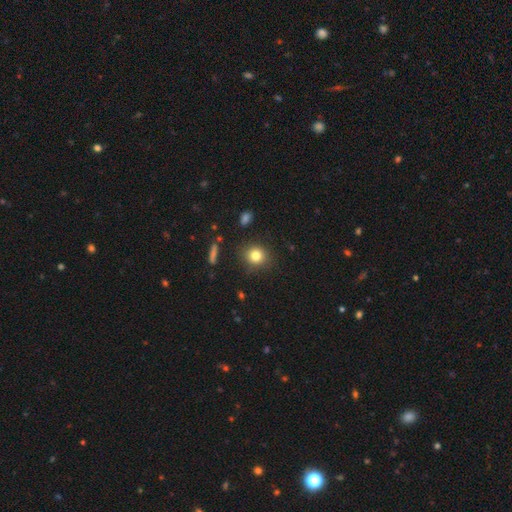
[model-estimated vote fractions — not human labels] The model was most divided on "smooth or featured": smooth: 81%, star or artifact: 12%, featured or disk: 8%. More confident: merging — none (86%); how rounded — round (85%).